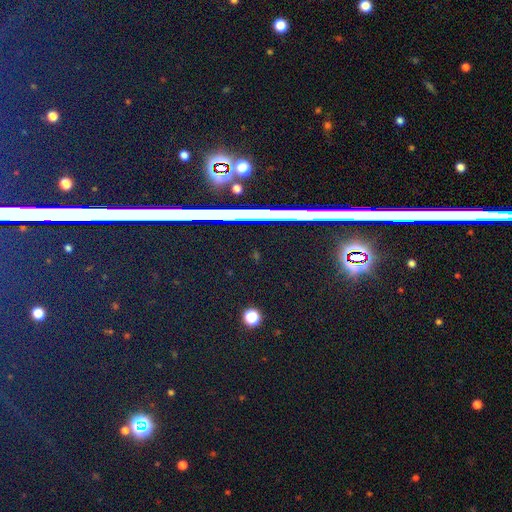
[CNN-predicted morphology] Smooth or featured?
  - star or artifact: 80% *
  - featured or disk: 10%
  - smooth: 10%